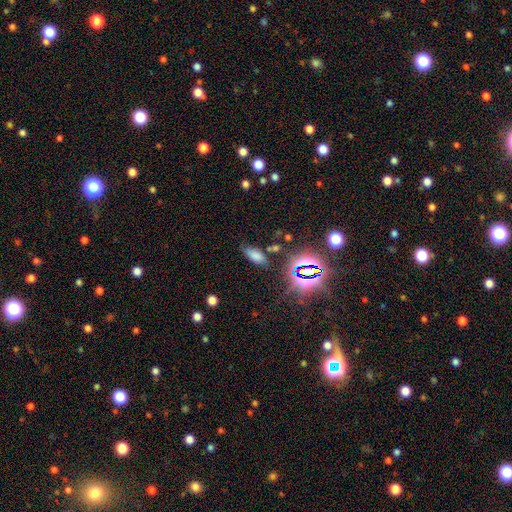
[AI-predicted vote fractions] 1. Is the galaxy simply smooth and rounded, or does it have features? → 63% smooth, 26% star or artifact, 11% featured or disk.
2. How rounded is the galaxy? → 83% in between, 12% cigar-shaped, 4% round.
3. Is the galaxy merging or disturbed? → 70% none, 19% minor disturbance, 7% major disturbance, 5% merger.